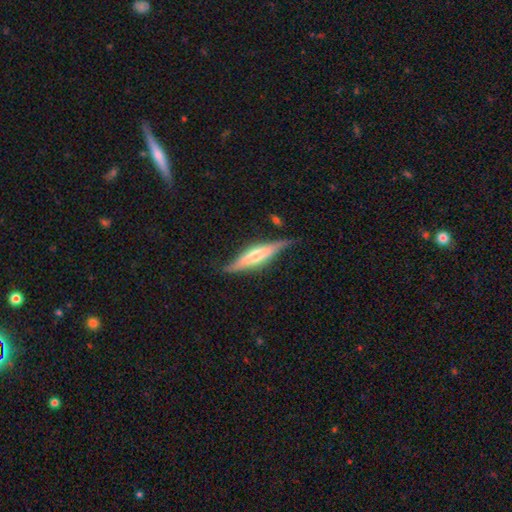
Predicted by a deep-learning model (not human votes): Q: Smooth or featured?
A: featured or disk (58%); runner-up: smooth (37%)
Q: Edge-on disk?
A: yes (90%); runner-up: no (10%)
Q: Edge-on bulge?
A: rounded (65%); runner-up: boxy (20%)
Q: Merging?
A: none (73%); runner-up: minor disturbance (20%)